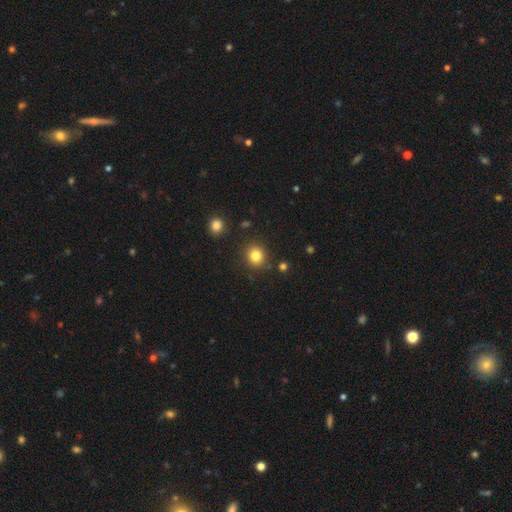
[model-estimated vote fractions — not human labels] Overall: smooth (82%). How rounded: round (84%). Merging: none (87%).